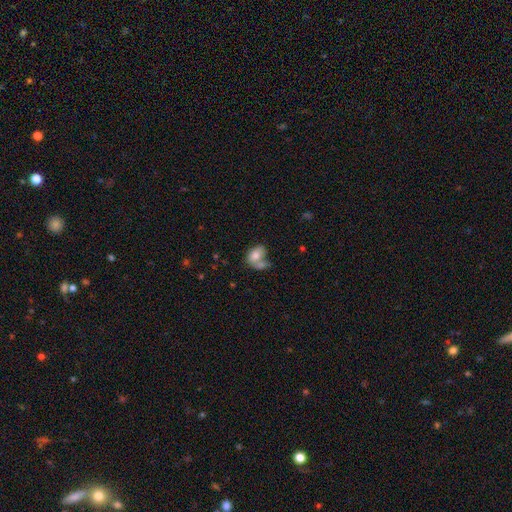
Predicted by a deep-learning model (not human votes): Smooth or featured?
  - smooth: 74% *
  - featured or disk: 18%
  - star or artifact: 8%
How rounded?
  - in between: 77% *
  - round: 22%
  - cigar-shaped: 1%
Merging?
  - merger: 48% *
  - none: 27%
  - minor disturbance: 14%
  - major disturbance: 11%